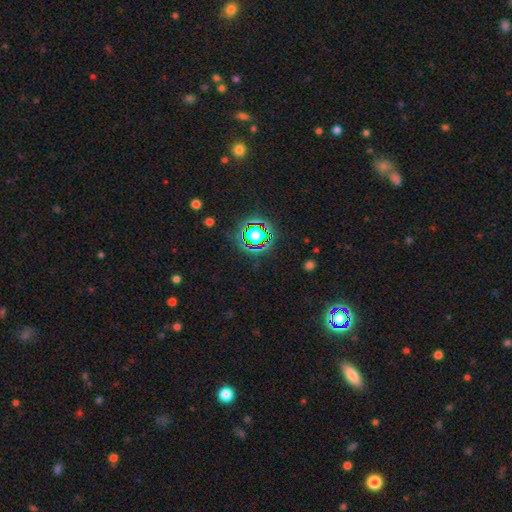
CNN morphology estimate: This appears to be a star or artifact, not a galaxy (78%).